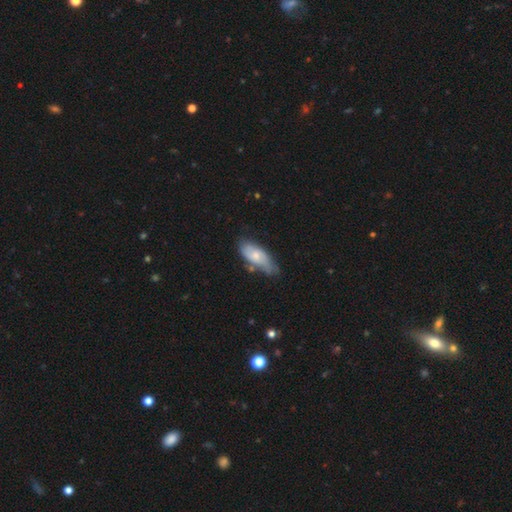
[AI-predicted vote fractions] Smooth or featured? smooth (58%)
How rounded? in between (81%)
Merging? none (49%)